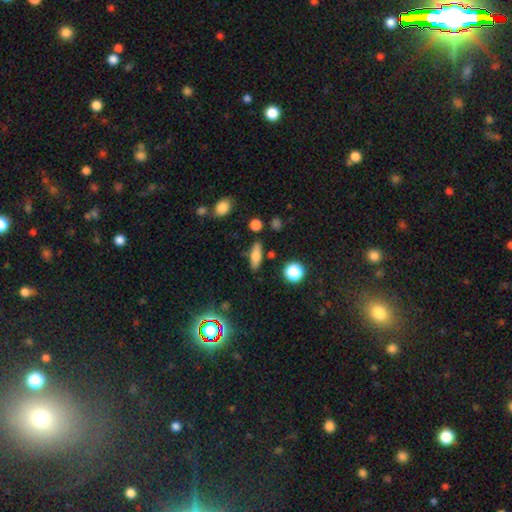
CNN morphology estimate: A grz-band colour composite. It shows a smooth galaxy with no disk features (72%) that is in between round and cigar-shaped (55%). Merging: none (81%).